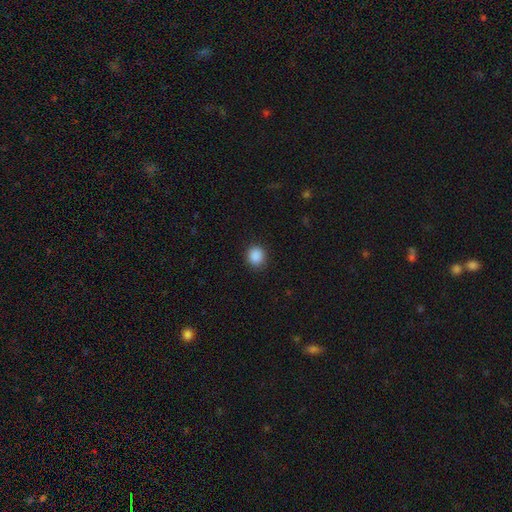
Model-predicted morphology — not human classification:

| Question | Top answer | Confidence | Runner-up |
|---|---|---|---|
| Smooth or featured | smooth | 88% | star or artifact (9%) |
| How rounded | round | 88% | in between (11%) |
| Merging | none | 90% | minor disturbance (7%) |